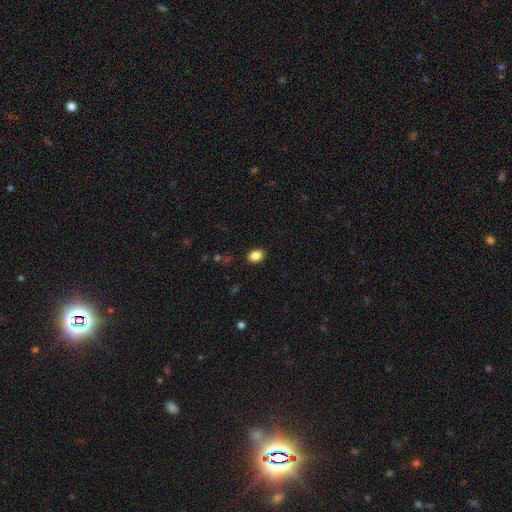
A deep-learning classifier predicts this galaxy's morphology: Smooth or featured? smooth (86%)
How rounded? in between (85%)
Merging? none (87%)